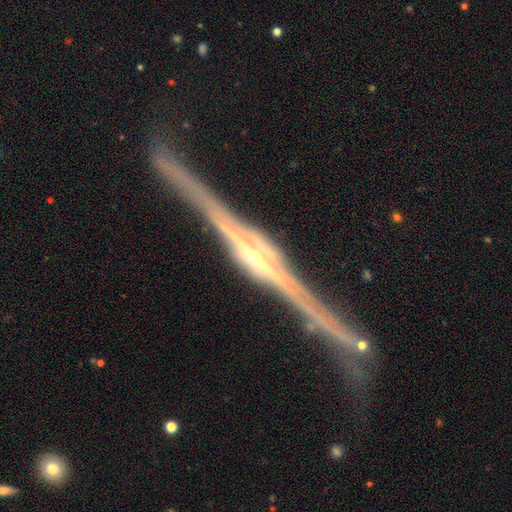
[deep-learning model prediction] A featured or disk galaxy (91%) viewed edge-on (98%) with a rounded central bulge (60%).

Vote fractions:
- Smooth or featured? featured or disk: 91% / star or artifact: 5% / smooth: 4%
- Edge-on disk? yes: 98% / no: 2%
- Edge-on bulge? rounded: 60% / boxy: 31% / none: 9%
- Merging? none: 82% / minor disturbance: 12% / major disturbance: 4% / merger: 2%